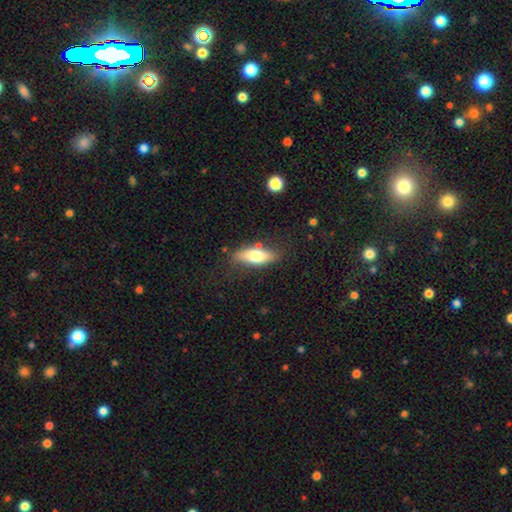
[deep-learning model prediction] The model was most divided on "how rounded": in between: 68%, cigar-shaped: 29%, round: 3%. More confident: merging — none (75%); smooth or featured — smooth (70%).